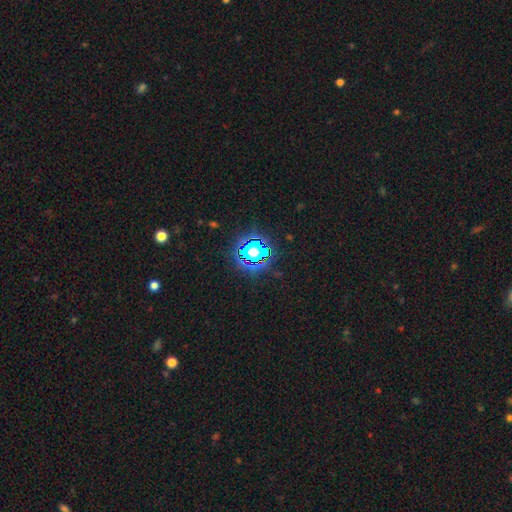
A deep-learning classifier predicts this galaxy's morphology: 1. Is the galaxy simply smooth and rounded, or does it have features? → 66% star or artifact, 22% smooth, 12% featured or disk.